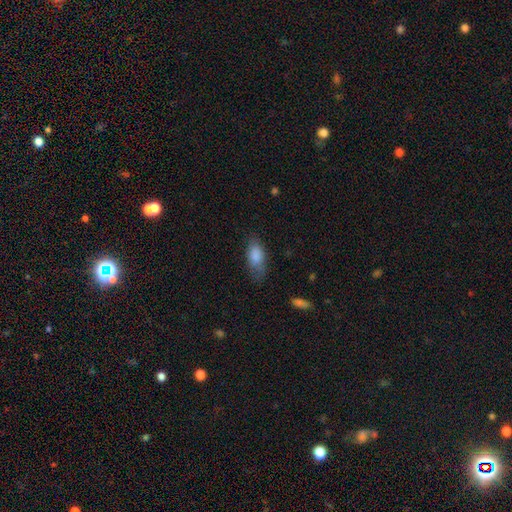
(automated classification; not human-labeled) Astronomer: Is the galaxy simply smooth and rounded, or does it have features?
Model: smooth — 84%.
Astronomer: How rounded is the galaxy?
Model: in between — 86%.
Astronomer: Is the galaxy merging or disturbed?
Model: none — 62%.